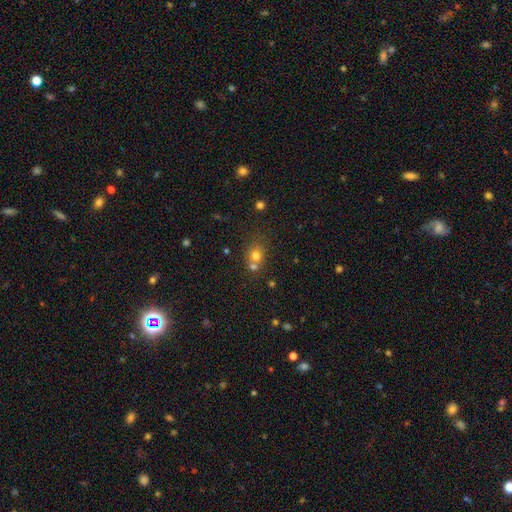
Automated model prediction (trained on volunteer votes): Smooth or featured: smooth — 73% (star or artifact — 16%)
How rounded: round — 76% (in between — 24%)
Merging: none — 47% (merger — 41%)